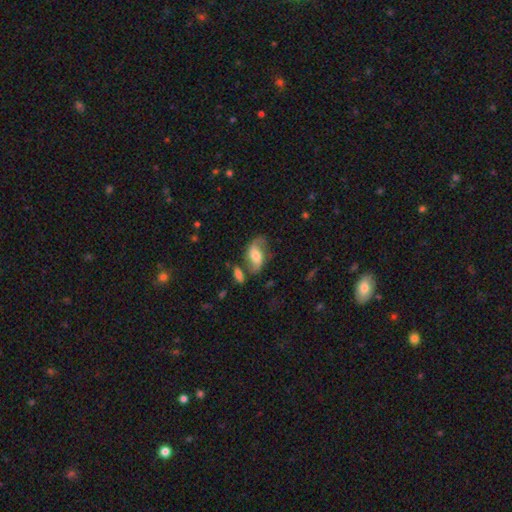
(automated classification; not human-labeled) smooth-or-featured: featured or disk: 61% | smooth: 31% | star or artifact: 8%
  disk-edge-on: no: 93% | yes: 7%
    bar: no: 48% | weak: 36% | strong: 16%
    has-spiral-arms: yes: 87% | no: 13%
    bulge-size: moderate: 61% | small: 21% | large: 14% | none: 3% | dominant: 2%
  merging: none: 57% | minor disturbance: 21% | major disturbance: 12% | merger: 10%